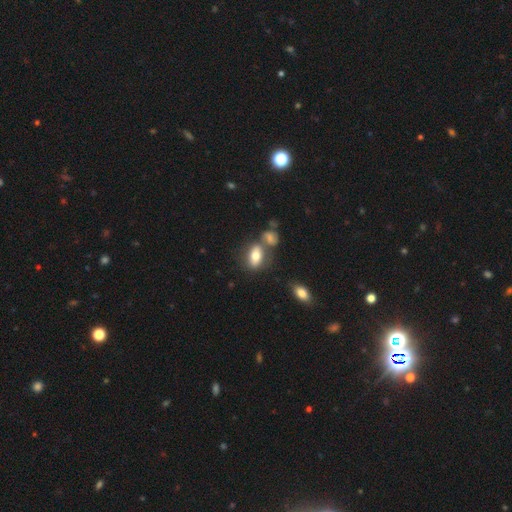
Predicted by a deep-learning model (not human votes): smooth 72%, featured or disk 20%, star or artifact 8%. Down the decision tree: how rounded — in between (85%); merging — none (54%).